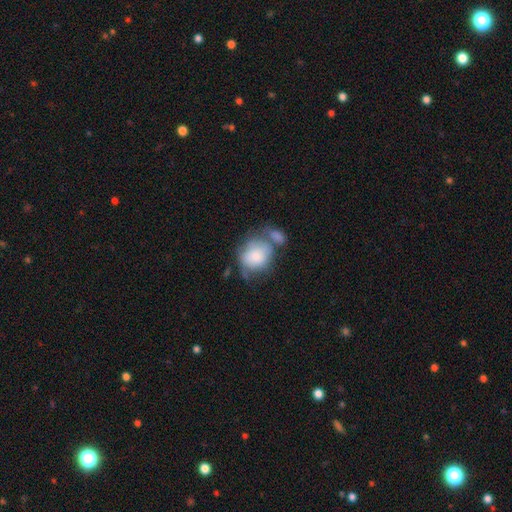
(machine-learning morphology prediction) smooth-or-featured: smooth: 73% | featured or disk: 20% | star or artifact: 7%
  how-rounded: round: 56% | in between: 43% | cigar-shaped: 1%
  merging: merger: 36% | none: 27% | minor disturbance: 21% | major disturbance: 17%